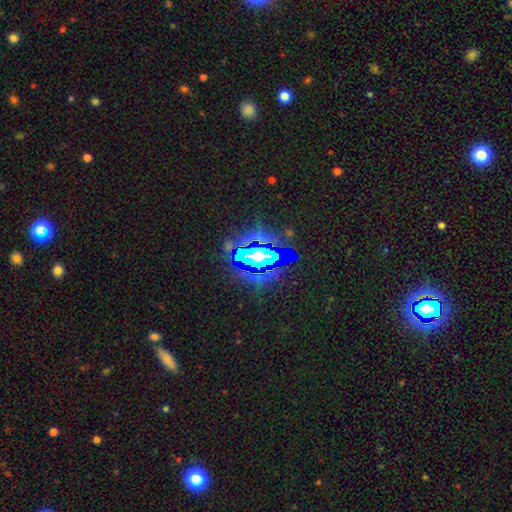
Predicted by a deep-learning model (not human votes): smooth-or-featured: star or artifact: 69% | smooth: 17% | featured or disk: 14%